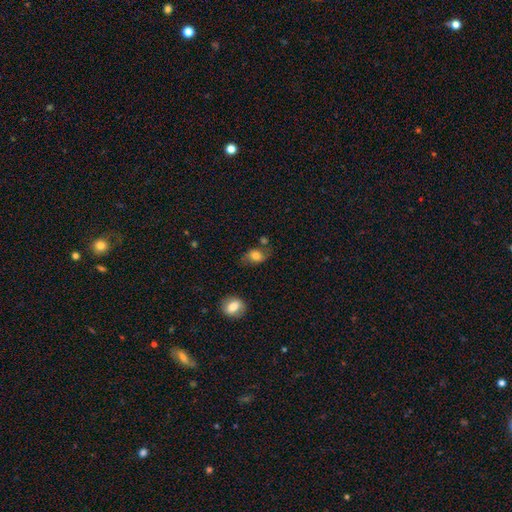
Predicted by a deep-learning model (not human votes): A smooth galaxy with no disk features (71%) that is in between round and cigar-shaped (71%). Merging: none (60%).